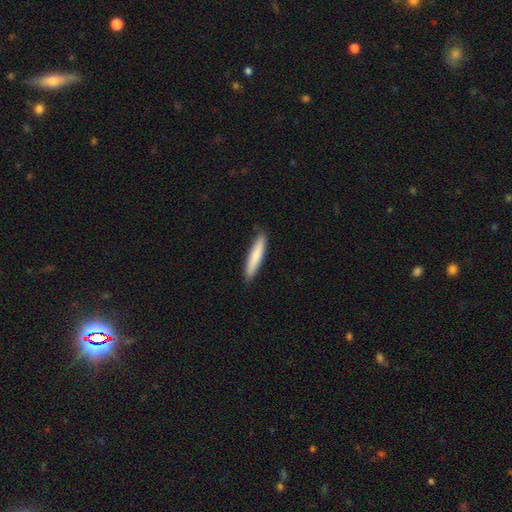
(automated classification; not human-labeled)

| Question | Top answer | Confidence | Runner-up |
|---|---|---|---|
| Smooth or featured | smooth | 80% | featured or disk (15%) |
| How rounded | cigar-shaped | 91% | in between (8%) |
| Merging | none | 89% | minor disturbance (9%) |